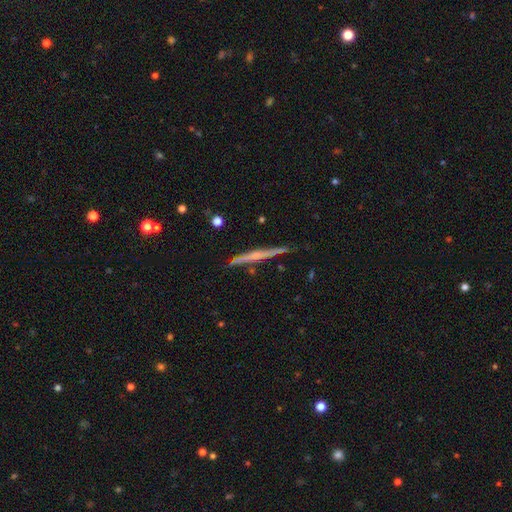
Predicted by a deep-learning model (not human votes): Smooth or featured? Predicted: featured or disk (p=0.72). Edge-on disk? Predicted: yes (p=0.98). Edge-on bulge? Predicted: rounded (p=0.48). Merging? Predicted: none (p=0.87).